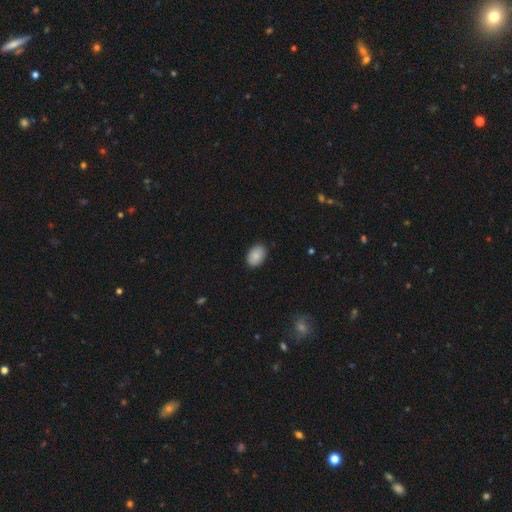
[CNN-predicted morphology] Smooth or featured?
  - smooth: 88% *
  - star or artifact: 7%
  - featured or disk: 6%
How rounded?
  - in between: 84% *
  - round: 15%
  - cigar-shaped: 1%
Merging?
  - none: 89% *
  - minor disturbance: 9%
  - major disturbance: 2%
  - merger: 1%